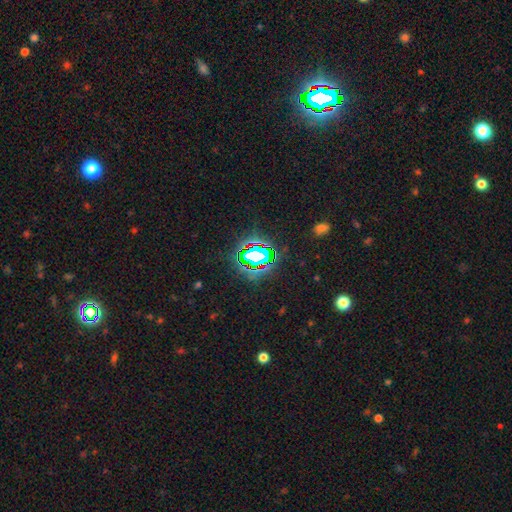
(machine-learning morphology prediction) type=star or artifact (74%).